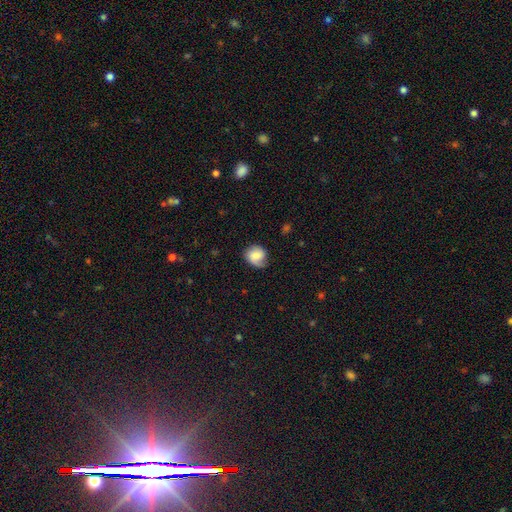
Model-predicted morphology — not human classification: Smooth or featured? smooth (59%)
How rounded? round (72%)
Merging? none (61%)